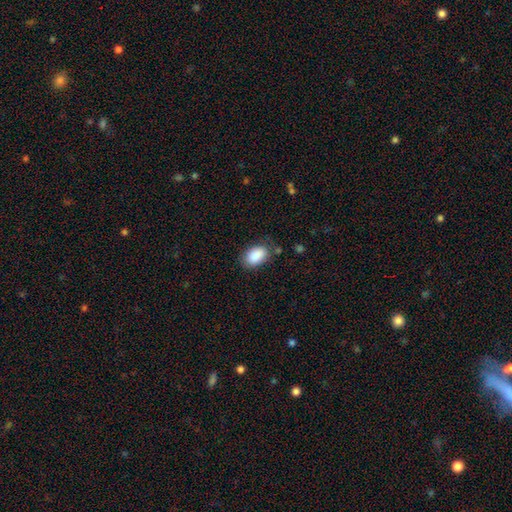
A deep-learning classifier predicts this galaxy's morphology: A smooth galaxy with no disk features (89%) that is in between round and cigar-shaped (90%). Merging: none (75%).